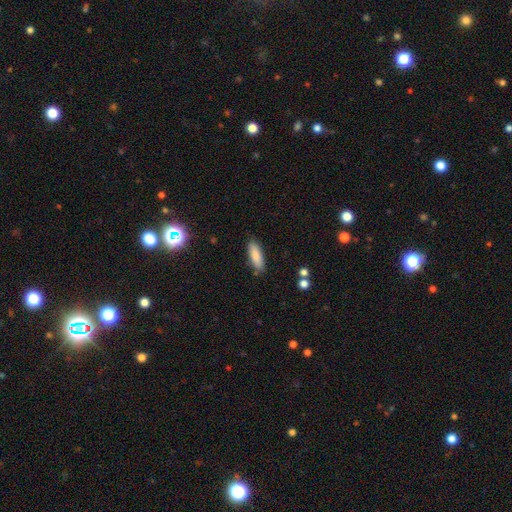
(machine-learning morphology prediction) Q: Smooth or featured?
A: smooth (85%); runner-up: featured or disk (8%)
Q: How rounded?
A: in between (57%); runner-up: cigar-shaped (42%)
Q: Merging?
A: none (85%); runner-up: minor disturbance (11%)